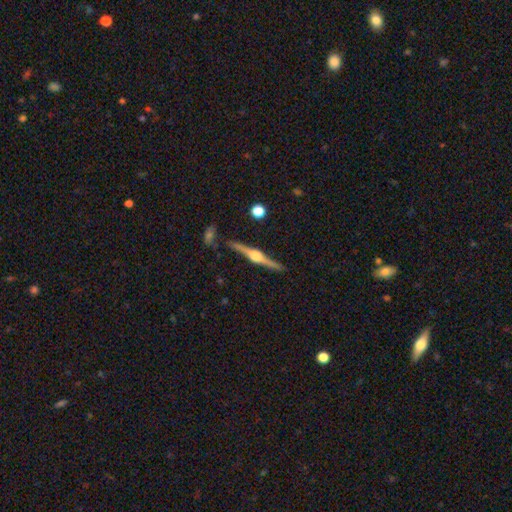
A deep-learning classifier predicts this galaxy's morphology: Overall: featured or disk (86%). Edge-on disk: yes (98%). Edge-on bulge: rounded (94%). Merging: none (87%).